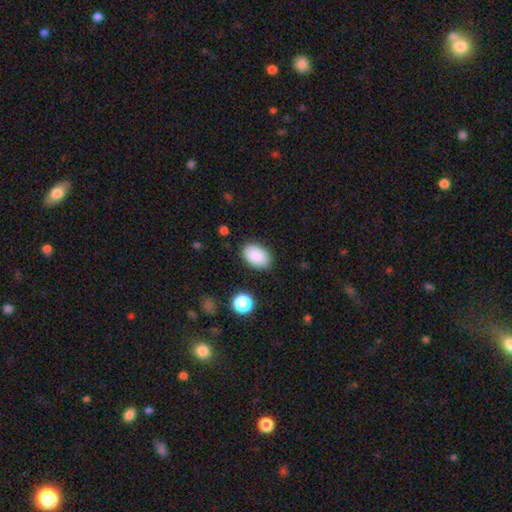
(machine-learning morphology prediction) A smooth galaxy with no disk features (88%) that is in between round and cigar-shaped (90%). Merging: none (87%).